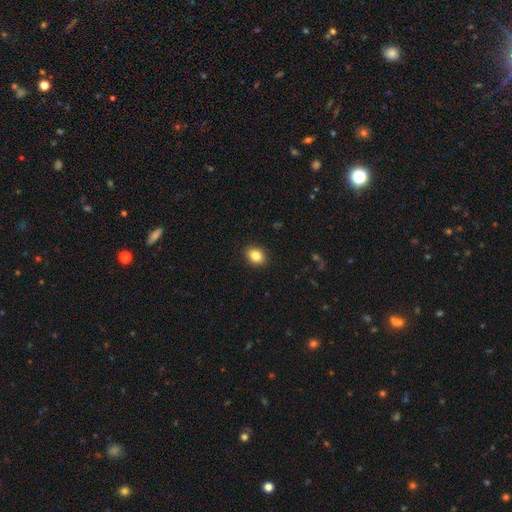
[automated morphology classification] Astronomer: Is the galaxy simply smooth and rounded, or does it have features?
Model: smooth — 85%.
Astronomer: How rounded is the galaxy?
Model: in between — 61% (runner-up: round, 38%).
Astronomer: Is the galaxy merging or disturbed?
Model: none — 91%.